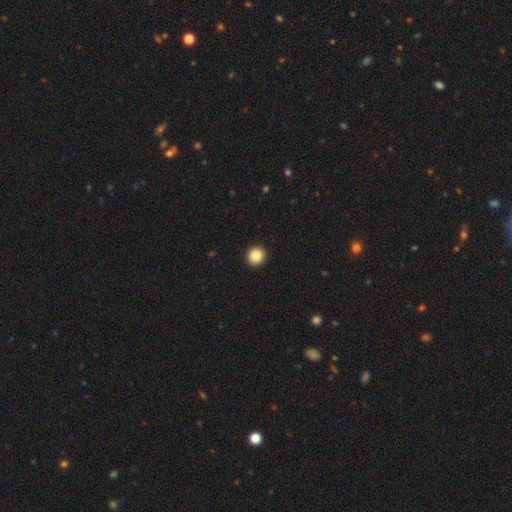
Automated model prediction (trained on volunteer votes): Smooth or featured? smooth (85%)
How rounded? round (94%)
Merging? none (94%)